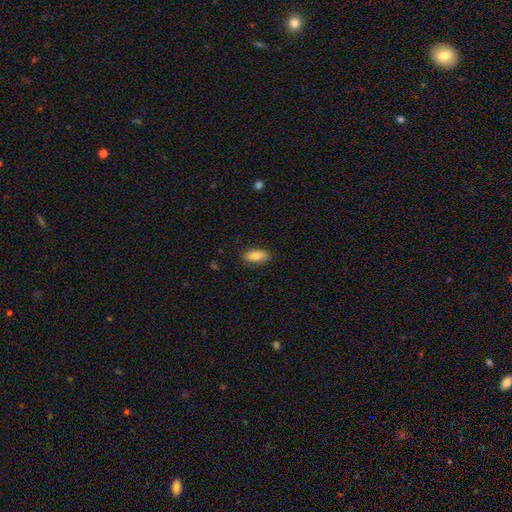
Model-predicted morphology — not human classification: smooth-or-featured: smooth: 82% | featured or disk: 12% | star or artifact: 6%
  how-rounded: in between: 84% | cigar-shaped: 13% | round: 3%
  merging: none: 86% | minor disturbance: 11% | major disturbance: 2% | merger: 1%